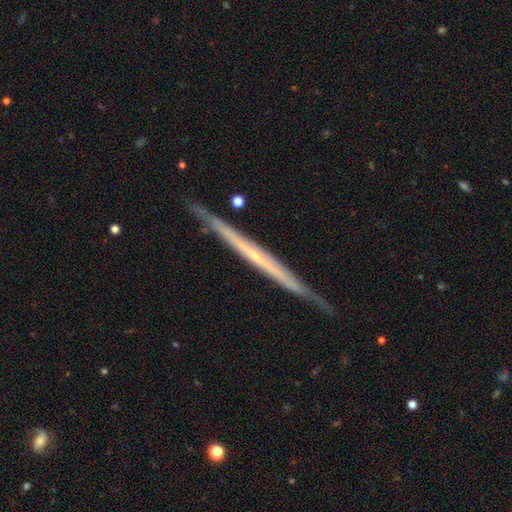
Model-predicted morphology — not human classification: The model was most divided on "edge-on bulge": none: 74%, rounded: 22%, boxy: 4%. More confident: edge-on disk — yes (97%); merging — none (85%); smooth or featured — featured or disk (74%).